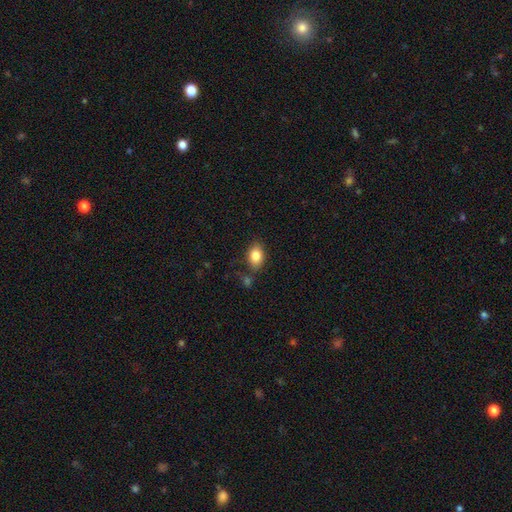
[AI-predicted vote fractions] Morphology: type=smooth (84%); roundness=in between (81%); merging=none (76%).